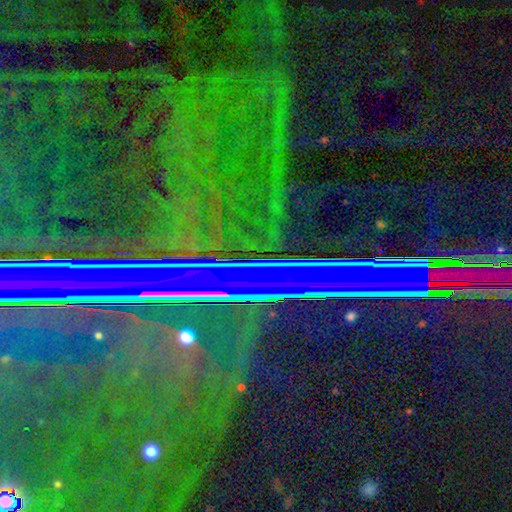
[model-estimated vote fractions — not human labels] Smooth or featured: star or artifact — 87% (featured or disk — 8%)